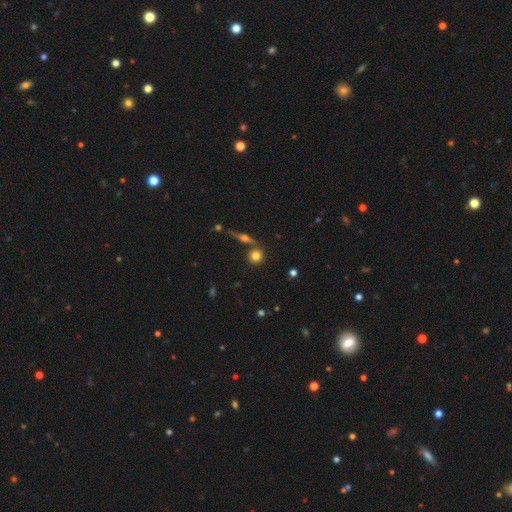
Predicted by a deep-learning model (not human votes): smooth-or-featured: smooth: 76% | featured or disk: 13% | star or artifact: 11%
  how-rounded: round: 90% | in between: 8% | cigar-shaped: 2%
  merging: none: 71% | merger: 17% | minor disturbance: 9% | major disturbance: 3%